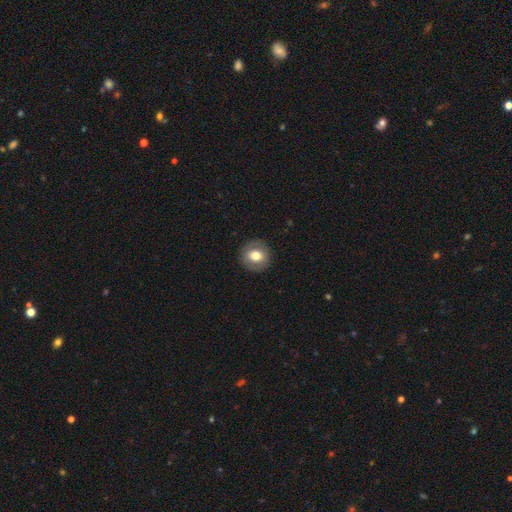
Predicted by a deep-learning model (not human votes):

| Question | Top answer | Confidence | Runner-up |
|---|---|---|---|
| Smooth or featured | smooth | 66% | featured or disk (26%) |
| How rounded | round | 88% | in between (11%) |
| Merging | none | 89% | minor disturbance (7%) |